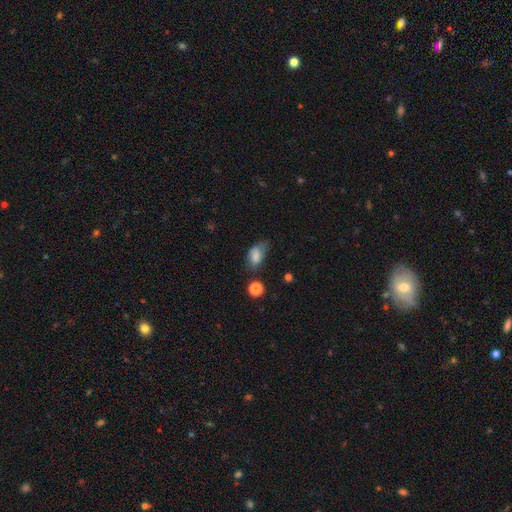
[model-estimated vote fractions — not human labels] smooth 73%, featured or disk 16%, star or artifact 10%. Down the decision tree: how rounded — in between (88%); merging — none (47%).